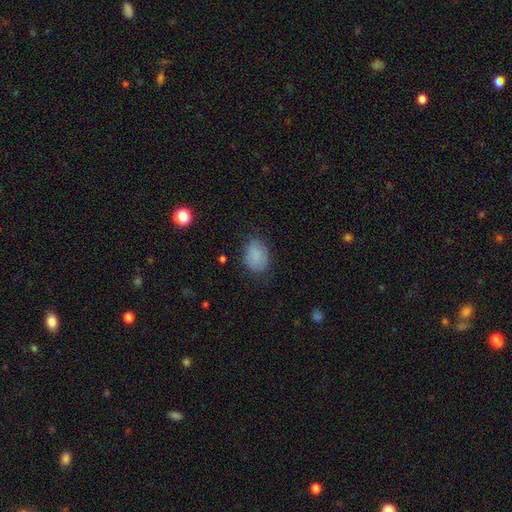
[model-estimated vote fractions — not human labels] A smooth galaxy with no disk features (83%) that is in between round and cigar-shaped (70%). Merging: none (75%).